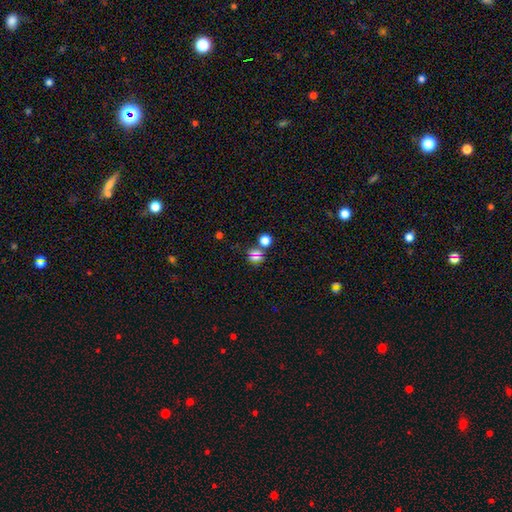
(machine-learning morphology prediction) Smooth or featured? smooth (48%)
Merging? none (71%)